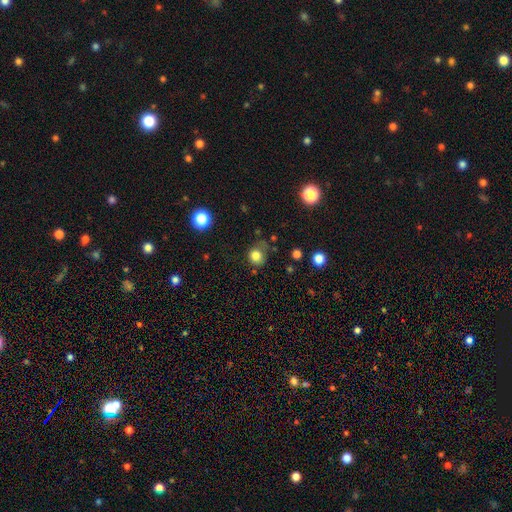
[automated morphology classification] The model was most divided on "merging": none: 62%, minor disturbance: 25%, major disturbance: 10%, merger: 4%. More confident: smooth or featured — smooth (81%); how rounded — round (80%).